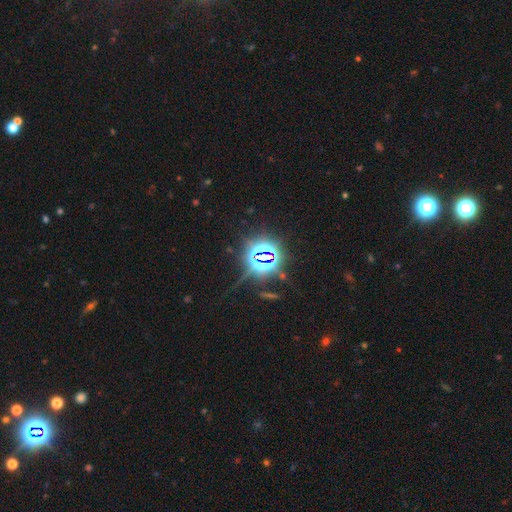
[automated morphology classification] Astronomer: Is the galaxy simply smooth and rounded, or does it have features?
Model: star or artifact — 82%.